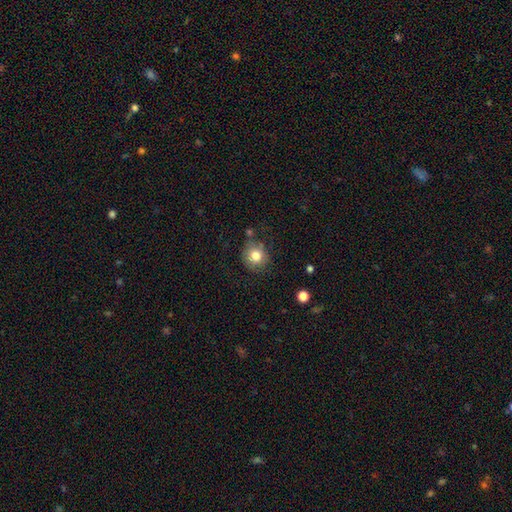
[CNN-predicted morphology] Overall: smooth (80%). How rounded: round (85%). Merging: none (75%).